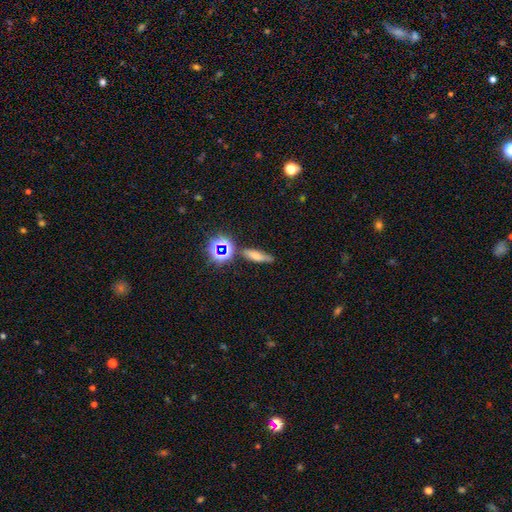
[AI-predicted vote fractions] Smooth or featured? smooth (62%)
How rounded? cigar-shaped (61%)
Merging? none (72%)